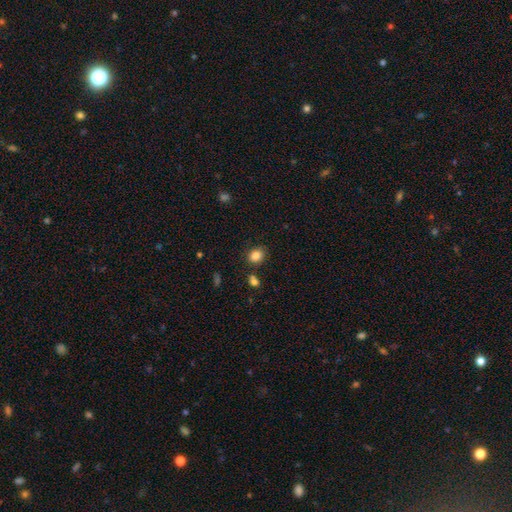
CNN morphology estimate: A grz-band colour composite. It shows a smooth galaxy with no disk features (84%) that is round (56%). Merging: none (78%).